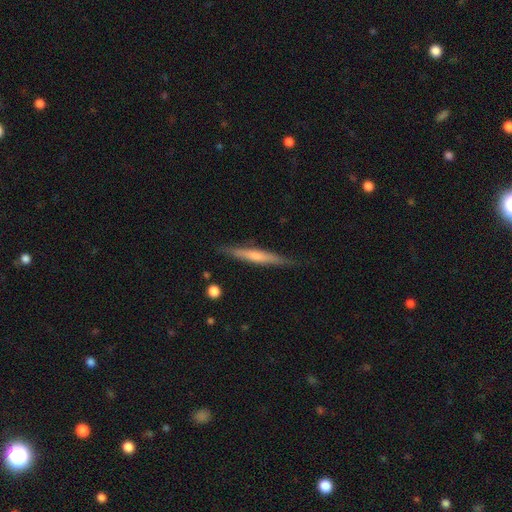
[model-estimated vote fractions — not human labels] This appears to be a featured or disk galaxy (51%) viewed edge-on (95%). Merging: none (87%).